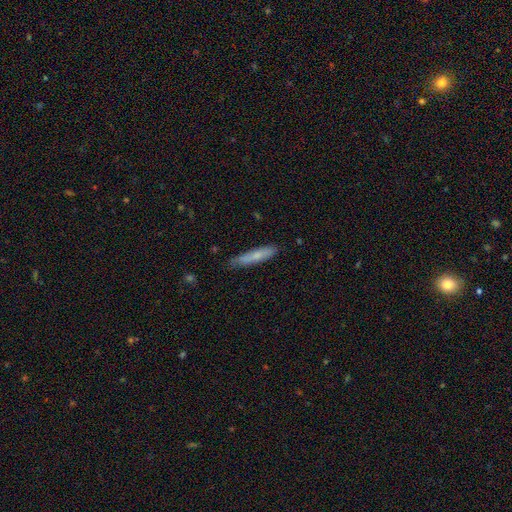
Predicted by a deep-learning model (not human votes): This appears to be a smooth galaxy with no disk features (68%) that is cigar-shaped (89%). Merging: none (81%).